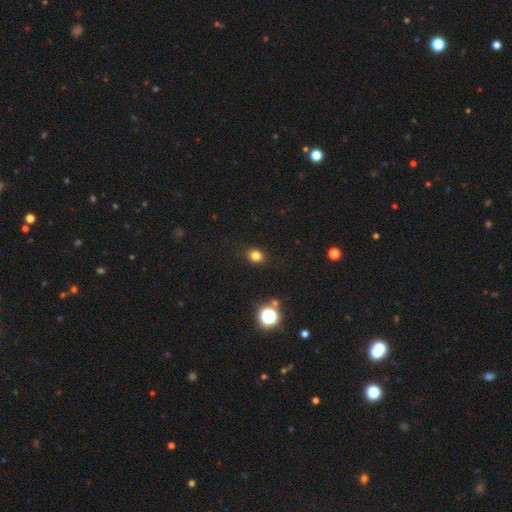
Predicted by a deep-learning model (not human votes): Smooth or featured?
  - smooth: 80% *
  - star or artifact: 15%
  - featured or disk: 5%
How rounded?
  - round: 62% *
  - in between: 37%
  - cigar-shaped: 1%
Merging?
  - none: 89% *
  - minor disturbance: 7%
  - major disturbance: 2%
  - merger: 1%